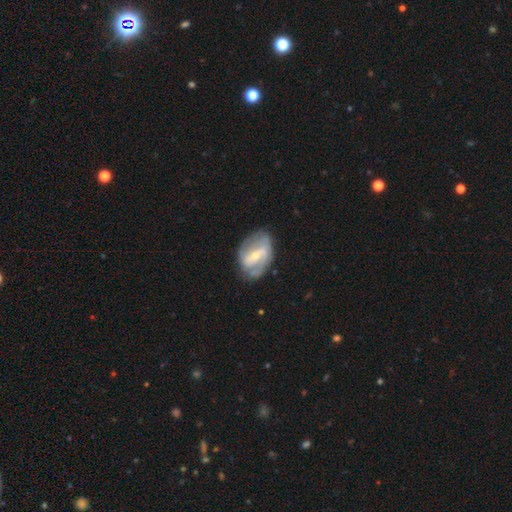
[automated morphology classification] Smooth or featured? Predicted: featured or disk (p=0.77). Edge-on disk? Predicted: no (p=0.96). Bar? Predicted: strong (p=0.43). Spiral arms? Predicted: yes (p=0.83). Spiral winding? Predicted: medium (p=0.44). Spiral arm count? Predicted: 2 (p=0.69). Bulge size? Predicted: small (p=0.55). Merging? Predicted: none (p=0.67).